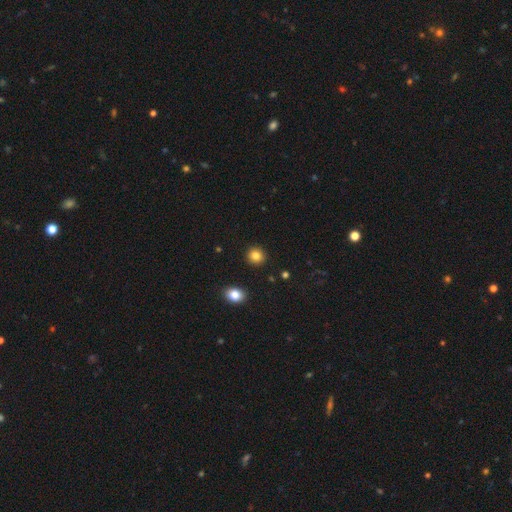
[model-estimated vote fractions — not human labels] This appears to be a smooth galaxy with no disk features (84%) that is round (88%). Merging: none (92%).